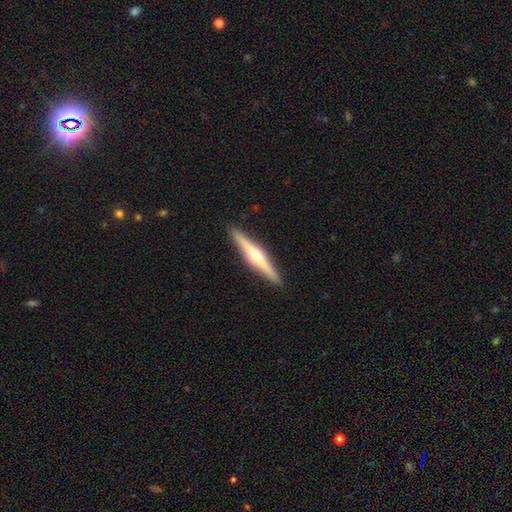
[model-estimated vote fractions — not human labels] smooth-or-featured: featured or disk: 72% | smooth: 24% | star or artifact: 5%
  disk-edge-on: yes: 98% | no: 2%
    edge-on-bulge: rounded: 91% | none: 5% | boxy: 3%
  merging: none: 92% | minor disturbance: 6% | major disturbance: 1% | merger: 1%